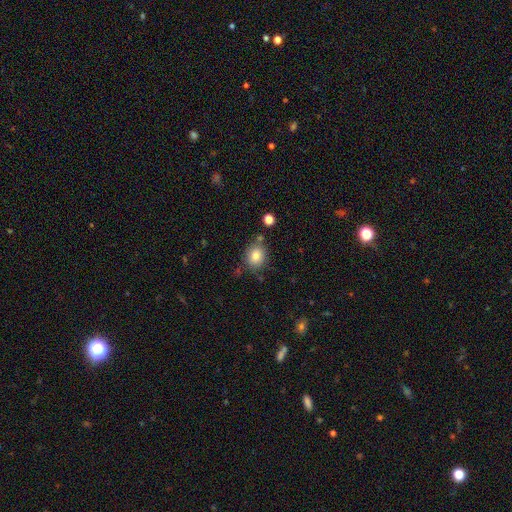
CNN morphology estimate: Overall: smooth (82%). How rounded: round (69%; in between 30%). Merging: none (75%).